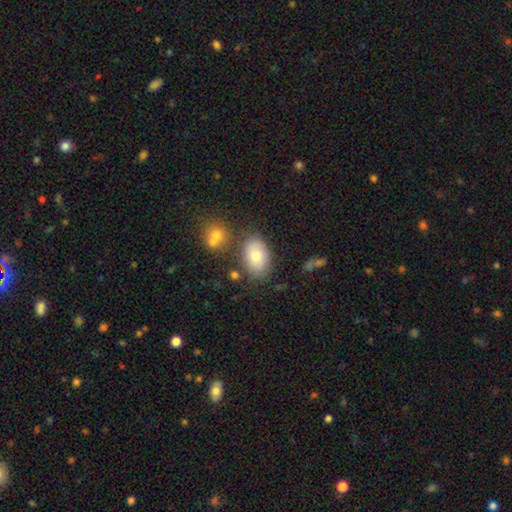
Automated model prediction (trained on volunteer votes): Q: Smooth or featured?
A: smooth (76%); runner-up: featured or disk (16%)
Q: How rounded?
A: in between (88%); runner-up: round (11%)
Q: Merging?
A: none (73%); runner-up: minor disturbance (14%)